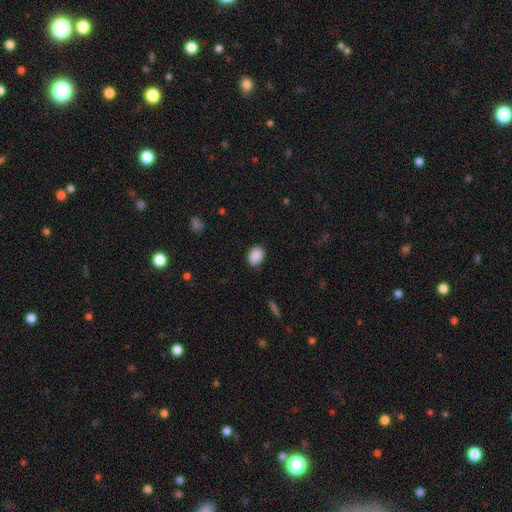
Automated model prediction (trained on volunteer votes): Morphology: type=smooth (90%); roundness=in between (61%); merging=none (86%).